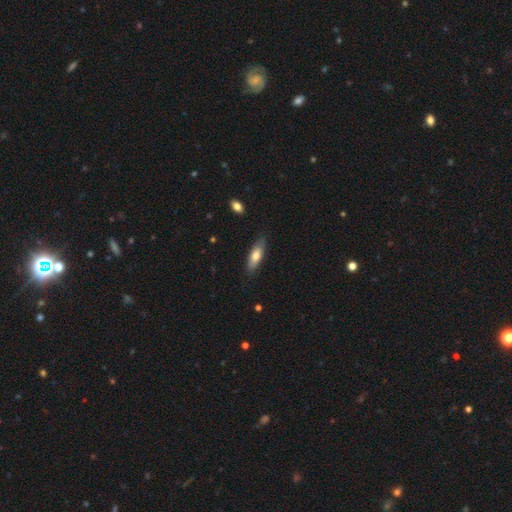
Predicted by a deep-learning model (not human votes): Smooth or featured? Predicted: smooth (p=0.71). How rounded? Predicted: in between (p=0.58). Merging? Predicted: none (p=0.79).